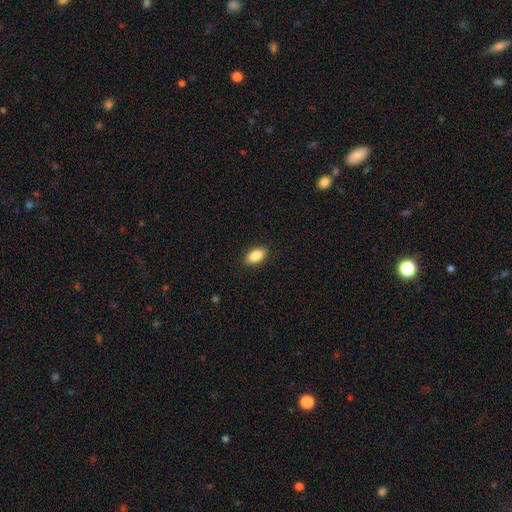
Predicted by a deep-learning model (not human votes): Smooth or featured? Predicted: smooth (p=0.86). How rounded? Predicted: in between (p=0.91). Merging? Predicted: none (p=0.89).